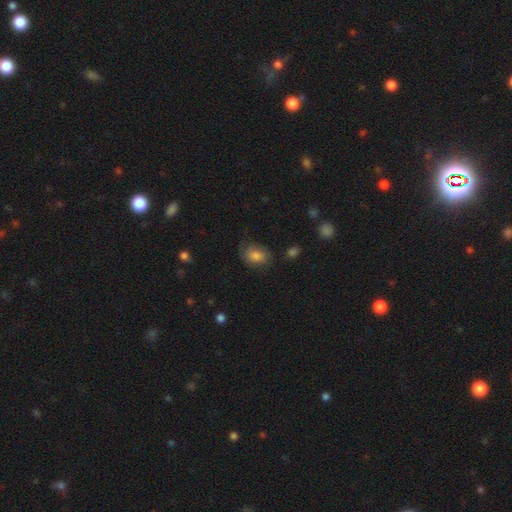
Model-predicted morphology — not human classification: Q: Smooth or featured?
A: smooth (76%); runner-up: featured or disk (15%)
Q: How rounded?
A: in between (67%); runner-up: round (32%)
Q: Merging?
A: none (68%); runner-up: minor disturbance (23%)